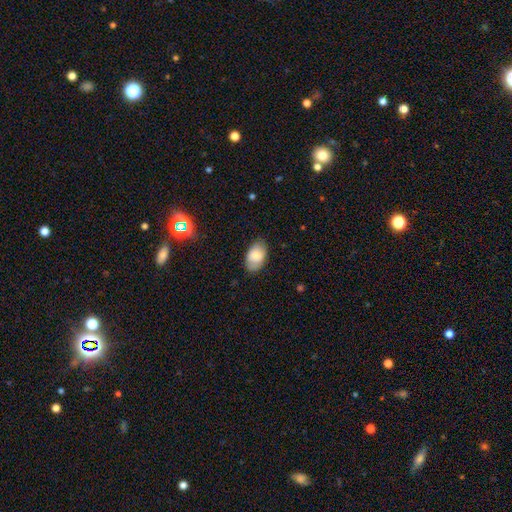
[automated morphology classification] smooth 77%, featured or disk 15%, star or artifact 7%. Down the decision tree: how rounded — in between (92%); merging — none (79%).